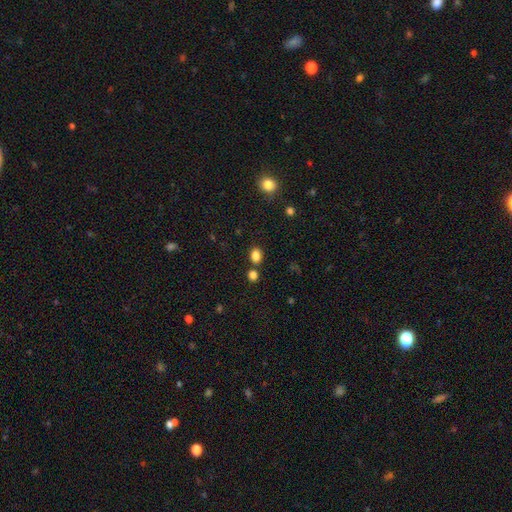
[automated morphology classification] type=smooth (83%); roundness=in between (60%); merging=none (73%).